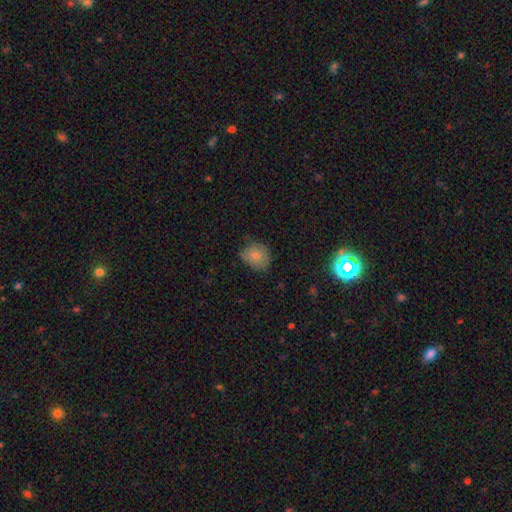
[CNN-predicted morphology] The model was most divided on "how rounded": round: 60%, in between: 39%, cigar-shaped: 1%. More confident: smooth or featured — smooth (80%); merging — none (62%).